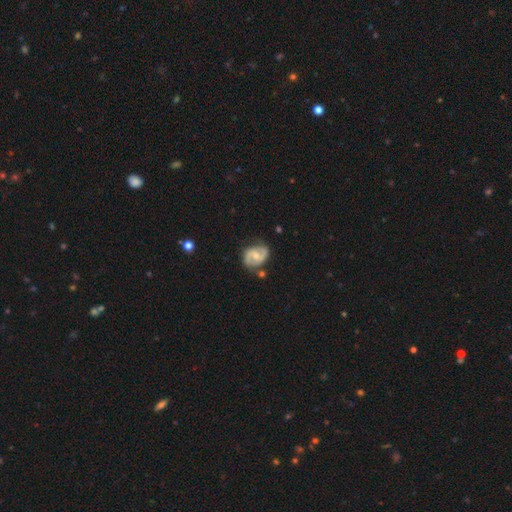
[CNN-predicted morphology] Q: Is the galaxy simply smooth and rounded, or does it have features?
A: featured or disk — 81%.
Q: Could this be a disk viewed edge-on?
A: no — 98%.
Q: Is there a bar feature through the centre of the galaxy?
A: weak — 48%.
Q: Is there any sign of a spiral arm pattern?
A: yes — 95%.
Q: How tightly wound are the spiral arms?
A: medium — 53%.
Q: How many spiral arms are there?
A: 2 — 90%.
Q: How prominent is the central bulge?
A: moderate — 50%.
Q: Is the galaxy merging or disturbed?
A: none — 71%.